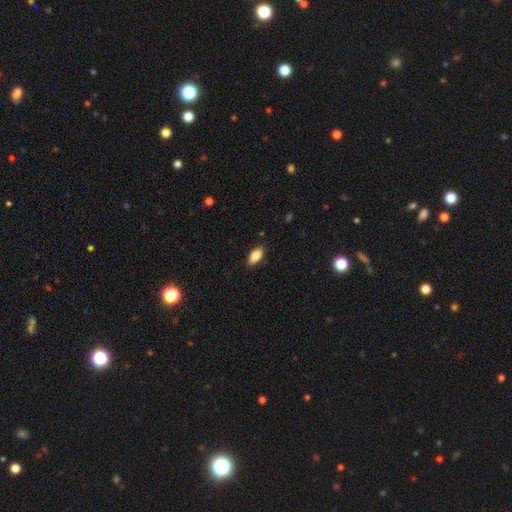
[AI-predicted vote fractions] smooth 83%, featured or disk 10%, star or artifact 7%. Down the decision tree: how rounded — in between (90%); merging — none (87%).